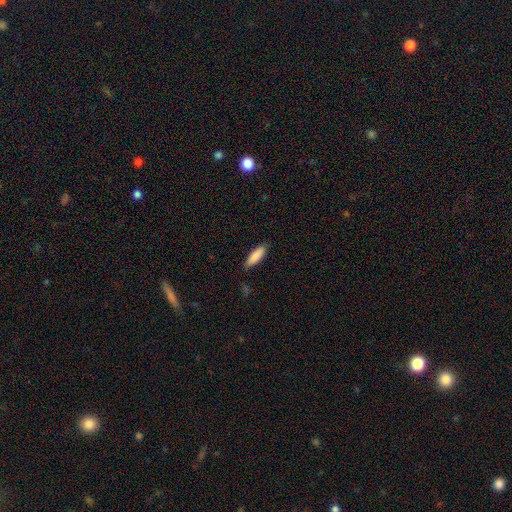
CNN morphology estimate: The model was most divided on "how rounded": in between: 51%, cigar-shaped: 48%, round: 1%. More confident: smooth or featured — smooth (88%); merging — none (85%).